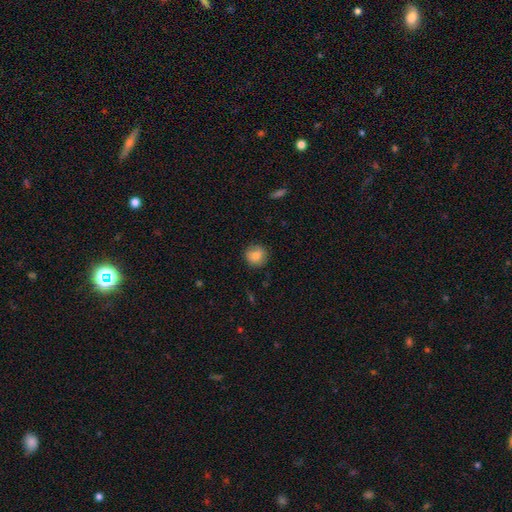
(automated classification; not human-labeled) This is clearly a smooth galaxy (81%). How rounded: clearly round (91%). Merging: clearly none (85%).